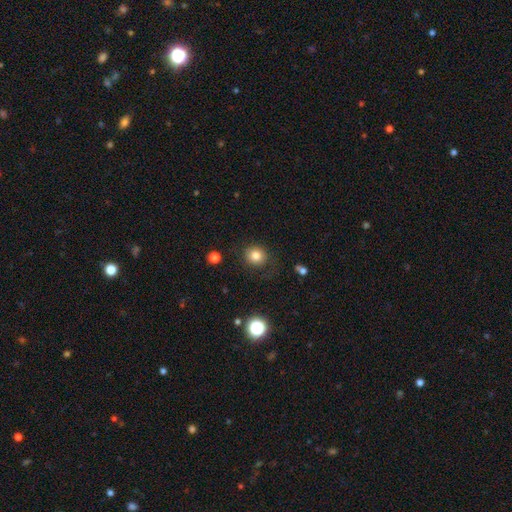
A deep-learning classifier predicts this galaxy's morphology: smooth 82%, star or artifact 11%, featured or disk 6%. Down the decision tree: how rounded — round (84%); merging — none (80%).